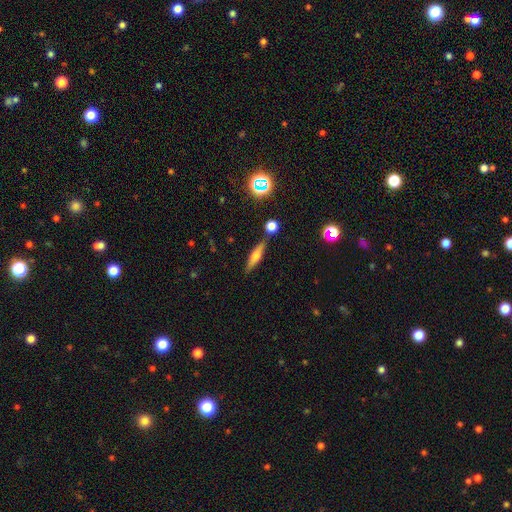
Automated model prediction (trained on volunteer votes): Smooth or featured?
  - smooth: 52% *
  - featured or disk: 37%
  - star or artifact: 11%
How rounded?
  - cigar-shaped: 72% *
  - in between: 24%
  - round: 4%
Merging?
  - none: 74% *
  - minor disturbance: 14%
  - merger: 9%
  - major disturbance: 4%